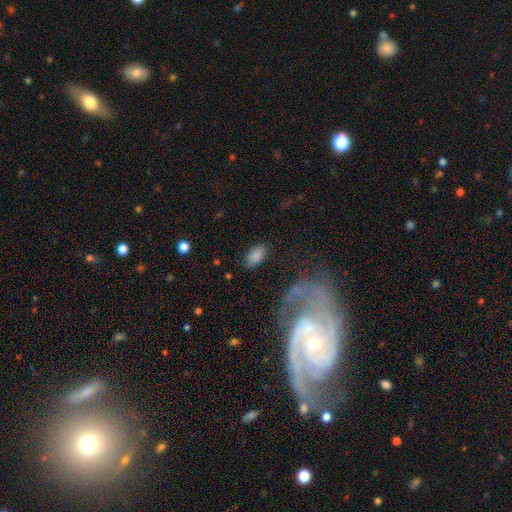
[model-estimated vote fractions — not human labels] Q: Smooth or featured?
A: smooth (85%); runner-up: star or artifact (8%)
Q: How rounded?
A: in between (93%); runner-up: round (5%)
Q: Merging?
A: none (81%); runner-up: minor disturbance (13%)